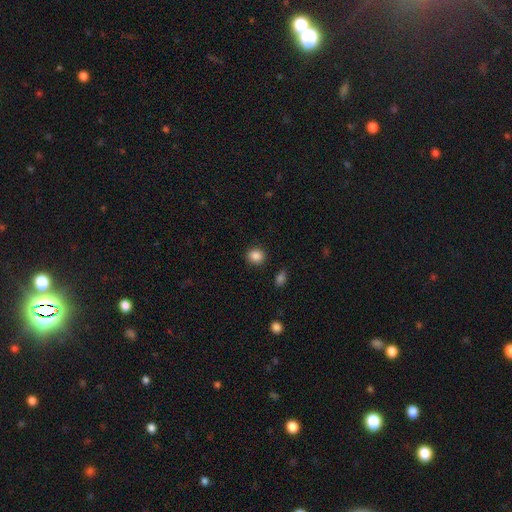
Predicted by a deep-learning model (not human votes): This is clearly a smooth galaxy (87%). How rounded: likely round (75%). Merging: clearly none (89%).